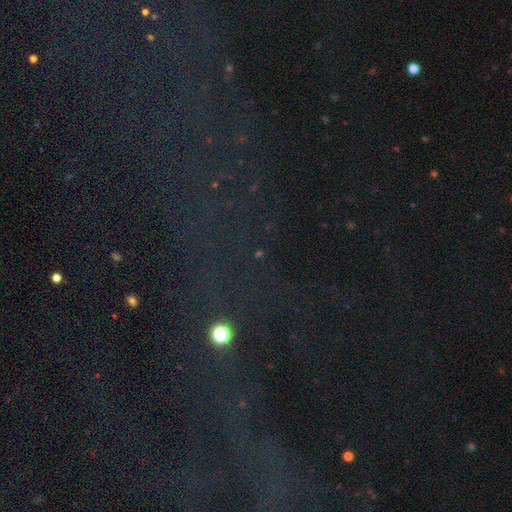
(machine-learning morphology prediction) Smooth or featured: star or artifact — 79% (smooth — 12%)